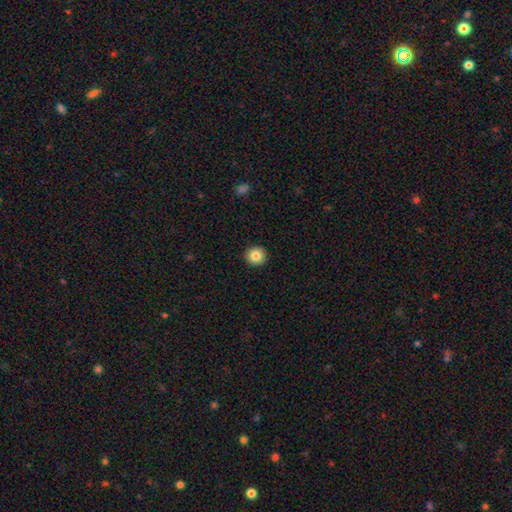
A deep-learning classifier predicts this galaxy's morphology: smooth_or_featured: smooth (p=0.84) [alt: star or artifact p=0.09]
how_rounded: round (p=0.94) [alt: in between p=0.05]
merging: none (p=0.93) [alt: minor disturbance p=0.05]